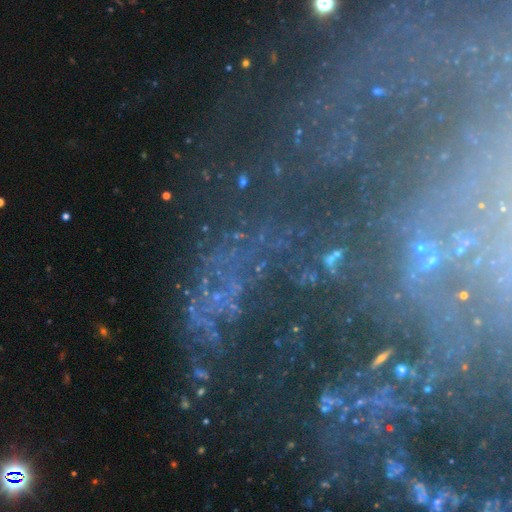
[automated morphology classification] A star or artifact, not a galaxy (60%).

Vote fractions:
- Smooth or featured? star or artifact: 60% / featured or disk: 29% / smooth: 11%